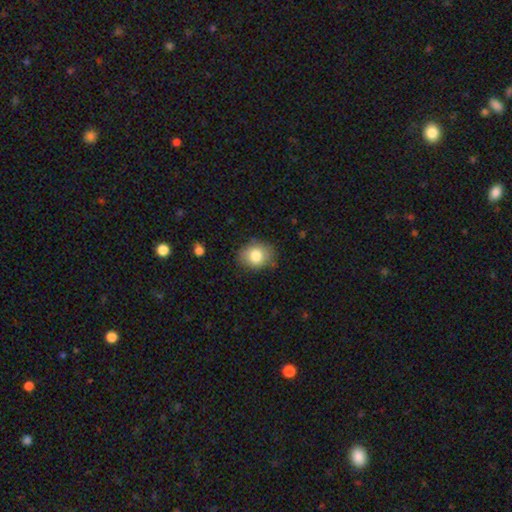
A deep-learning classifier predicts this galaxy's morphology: Smooth or featured? smooth (82%)
How rounded? round (58%)
Merging? none (79%)